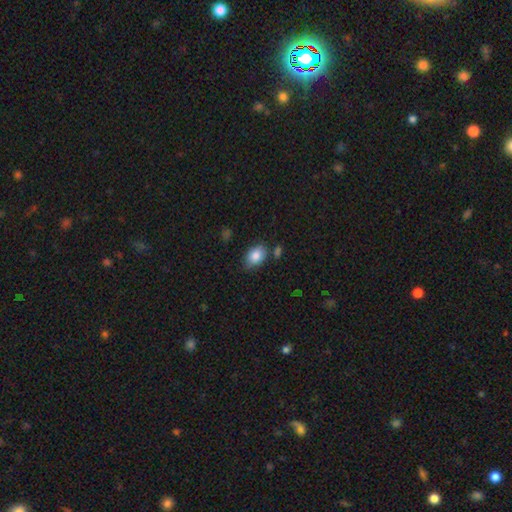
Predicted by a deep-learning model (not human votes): Smooth or featured: smooth — 86% (star or artifact — 8%)
How rounded: in between — 82% (round — 17%)
Merging: none — 74% (minor disturbance — 17%)